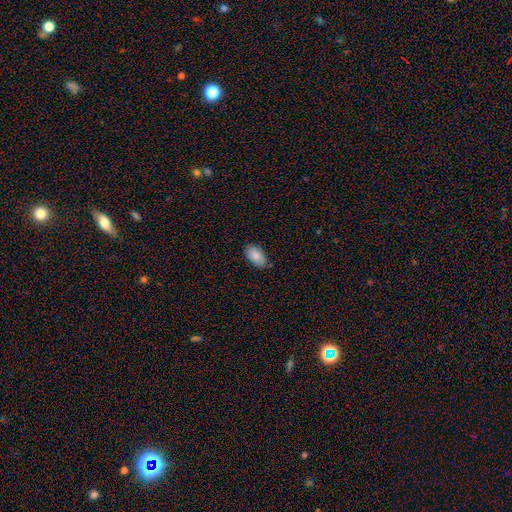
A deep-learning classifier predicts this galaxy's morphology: The model was most divided on "merging": none: 82%, minor disturbance: 15%, major disturbance: 2%, merger: 1%. More confident: how rounded — in between (94%); smooth or featured — smooth (85%).